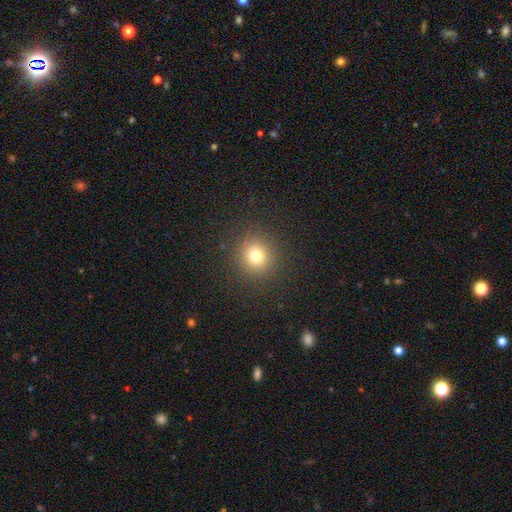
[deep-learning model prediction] Smooth or featured?
  - smooth: 75% *
  - star or artifact: 17%
  - featured or disk: 8%
How rounded?
  - round: 92% *
  - in between: 7%
  - cigar-shaped: 1%
Merging?
  - none: 90% *
  - minor disturbance: 6%
  - major disturbance: 3%
  - merger: 1%